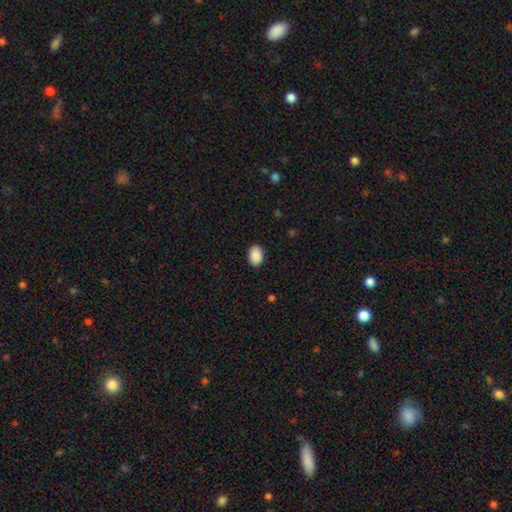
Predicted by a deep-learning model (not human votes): Morphology: type=smooth (90%); roundness=in between (83%); merging=none (89%).